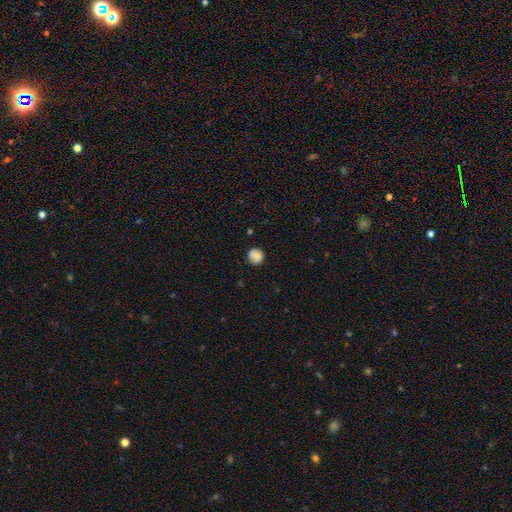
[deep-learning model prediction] Smooth or featured? smooth (80%)
How rounded? round (91%)
Merging? none (81%)